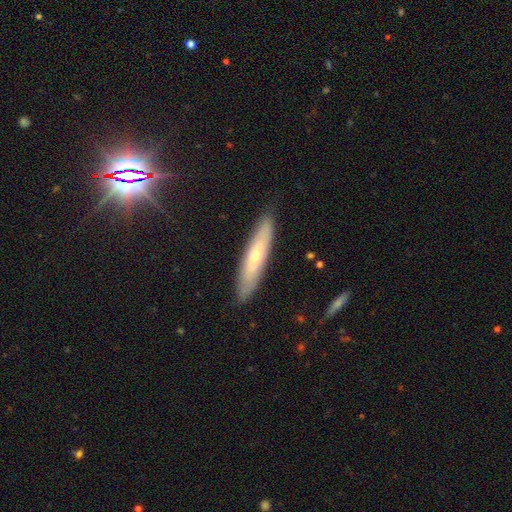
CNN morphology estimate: This appears to be a smooth galaxy with no disk features (48%). Merging: none (87%).